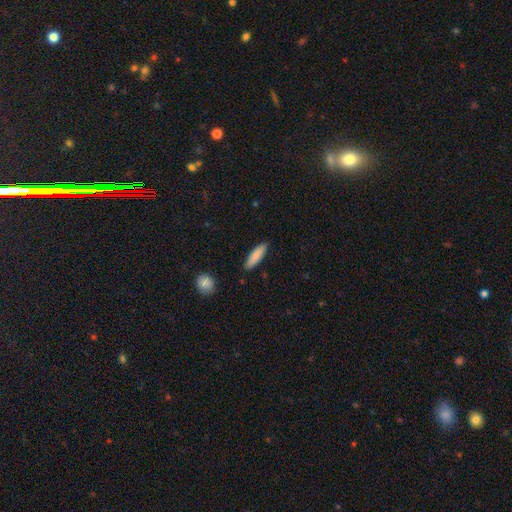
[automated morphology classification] smooth 85%, featured or disk 9%, star or artifact 6%. Down the decision tree: how rounded — cigar-shaped (65%); merging — none (88%).